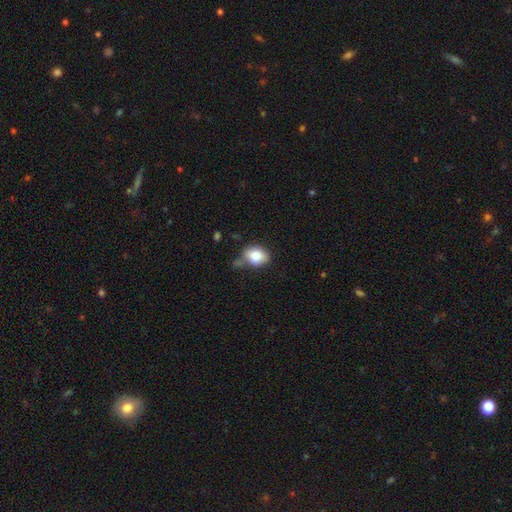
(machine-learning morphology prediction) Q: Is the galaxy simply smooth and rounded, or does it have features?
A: smooth — 79%.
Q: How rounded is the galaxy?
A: in between — 57%.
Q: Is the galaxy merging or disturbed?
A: none — 54%.